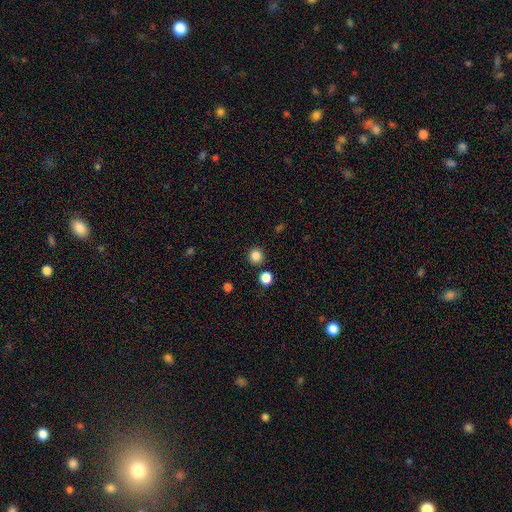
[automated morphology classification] This is clearly a smooth galaxy (84%). How rounded: clearly round (95%). Merging: clearly none (90%).